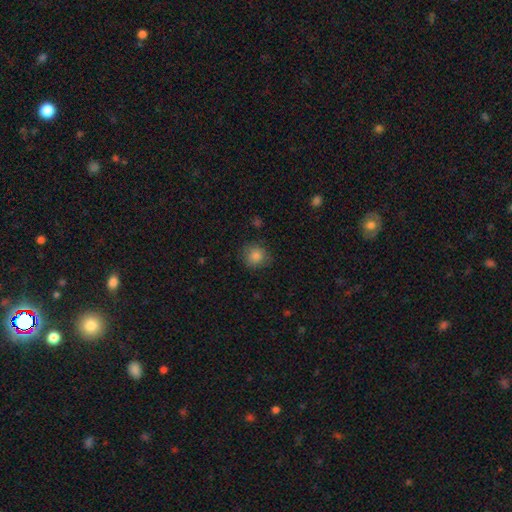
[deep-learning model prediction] Overall: smooth (84%). How rounded: round (88%). Merging: none (82%).